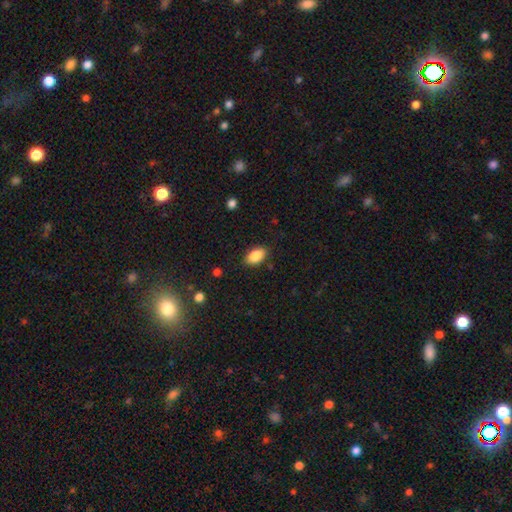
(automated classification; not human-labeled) Smooth or featured? smooth (88%)
How rounded? in between (92%)
Merging? none (86%)